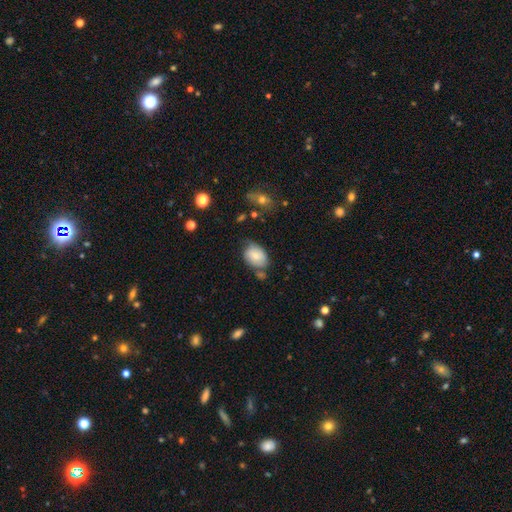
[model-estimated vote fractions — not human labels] Overall: smooth (73%). How rounded: in between (76%). Merging: none (54%; minor disturbance 28%).